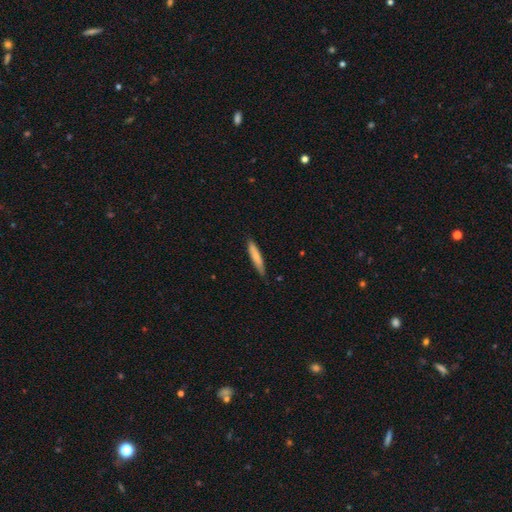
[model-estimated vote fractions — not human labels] The model was most divided on "smooth or featured": smooth: 73%, featured or disk: 21%, star or artifact: 5%. More confident: how rounded — cigar-shaped (91%); merging — none (83%).